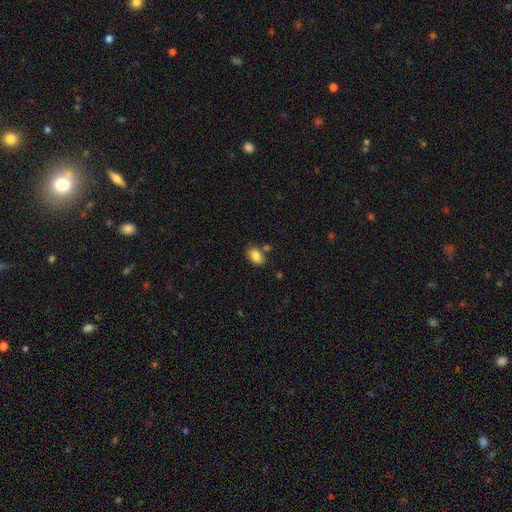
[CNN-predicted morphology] Smooth or featured? smooth (85%)
How rounded? in between (89%)
Merging? none (74%)